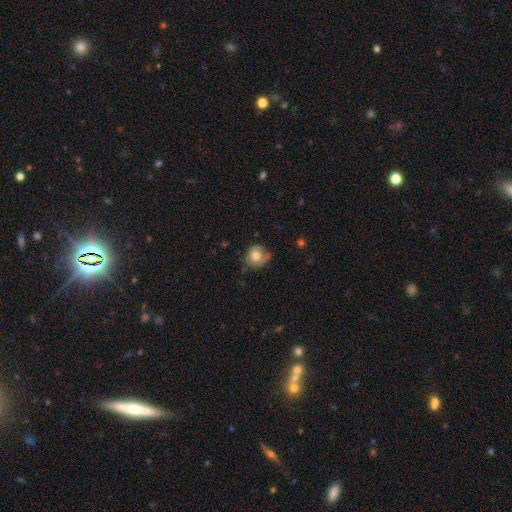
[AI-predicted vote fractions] Smooth or featured?
  - smooth: 76% *
  - featured or disk: 15%
  - star or artifact: 9%
How rounded?
  - round: 83% *
  - in between: 16%
  - cigar-shaped: 1%
Merging?
  - none: 61% *
  - minor disturbance: 28%
  - major disturbance: 8%
  - merger: 3%